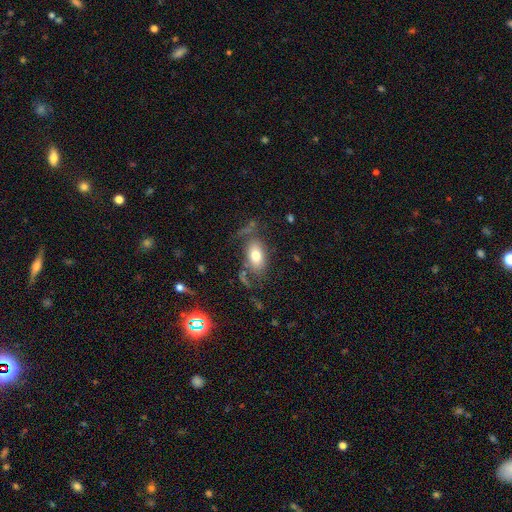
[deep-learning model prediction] smooth_or_featured: smooth (p=0.72) [alt: featured or disk p=0.19]
how_rounded: in between (p=0.89) [alt: round p=0.08]
merging: none (p=0.60) [alt: minor disturbance p=0.19]